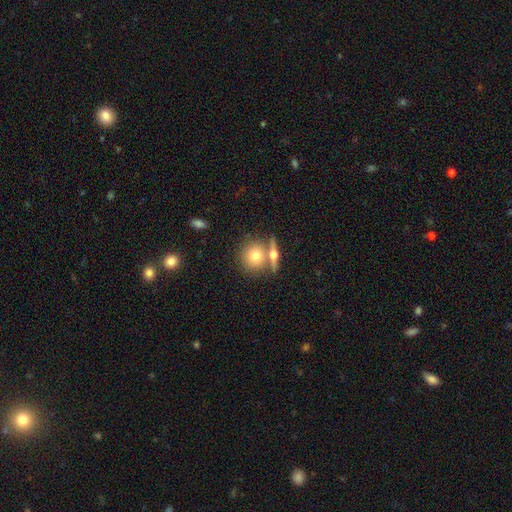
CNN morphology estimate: Overall: smooth (69%). How rounded: round (81%). Merging: none (54%; merger 33%).